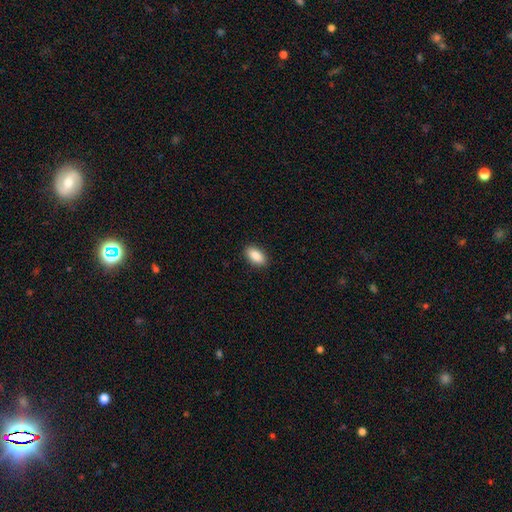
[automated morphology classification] Smooth or featured? Predicted: smooth (p=0.89). How rounded? Predicted: in between (p=0.92). Merging? Predicted: none (p=0.90).